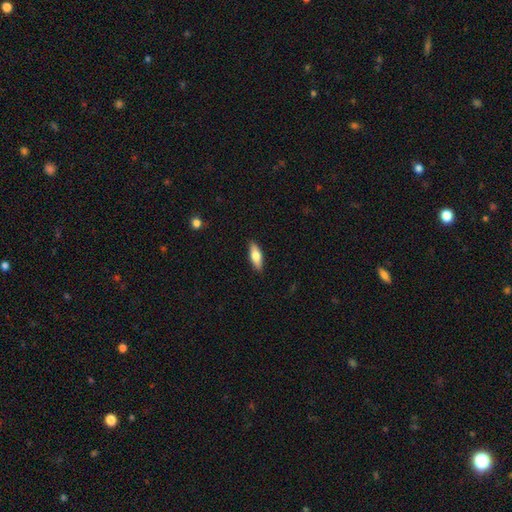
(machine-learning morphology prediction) Smooth or featured?
  - smooth: 68% *
  - featured or disk: 26%
  - star or artifact: 6%
How rounded?
  - in between: 60% *
  - cigar-shaped: 38%
  - round: 2%
Merging?
  - none: 89% *
  - minor disturbance: 8%
  - major disturbance: 2%
  - merger: 1%